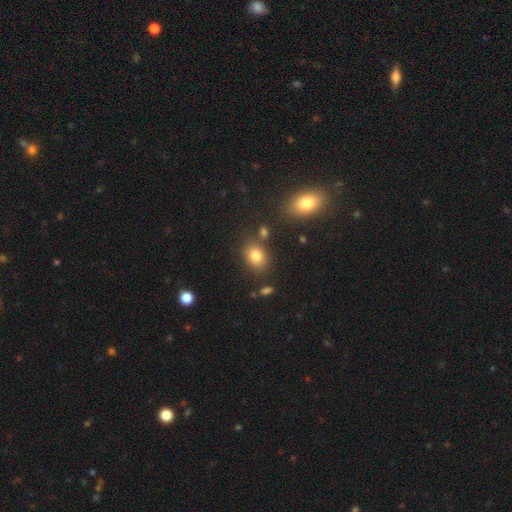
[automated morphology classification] Smooth or featured?
  - smooth: 81% *
  - star or artifact: 11%
  - featured or disk: 8%
How rounded?
  - in between: 61% *
  - round: 38%
  - cigar-shaped: 1%
Merging?
  - none: 75% *
  - minor disturbance: 12%
  - merger: 9%
  - major disturbance: 4%